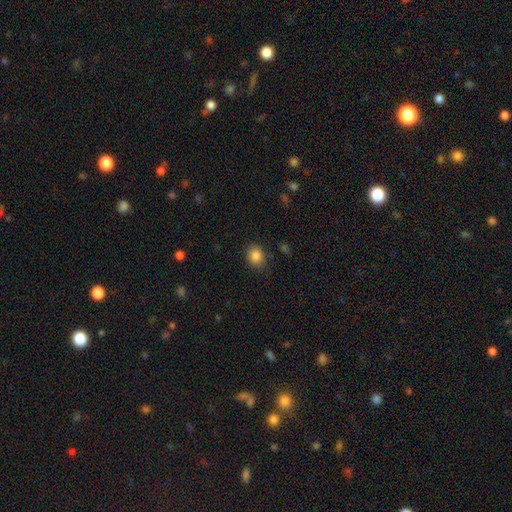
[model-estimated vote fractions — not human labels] A smooth galaxy with no disk features (85%) that is round (61%). Merging: none (85%).